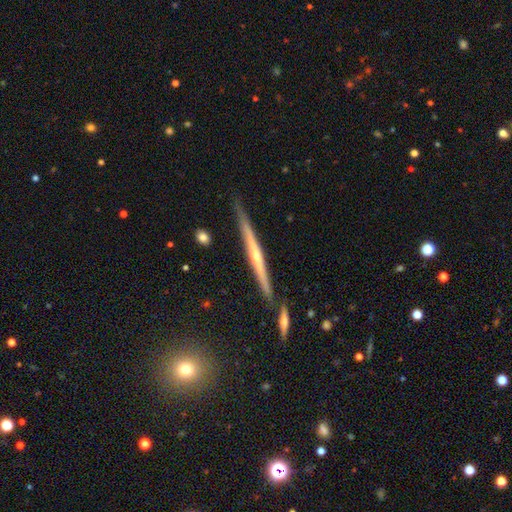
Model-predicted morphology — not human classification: Overall: featured or disk (79%). Edge-on disk: yes (98%). Edge-on bulge: rounded (54%; none 39%). Merging: none (87%).